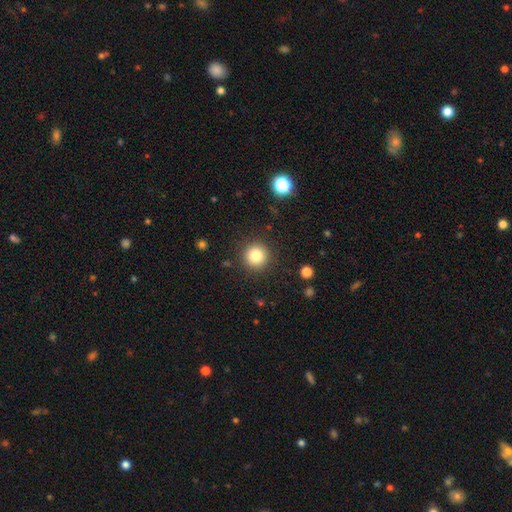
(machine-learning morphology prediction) Smooth or featured? Predicted: smooth (p=0.82). How rounded? Predicted: round (p=0.95). Merging? Predicted: none (p=0.90).